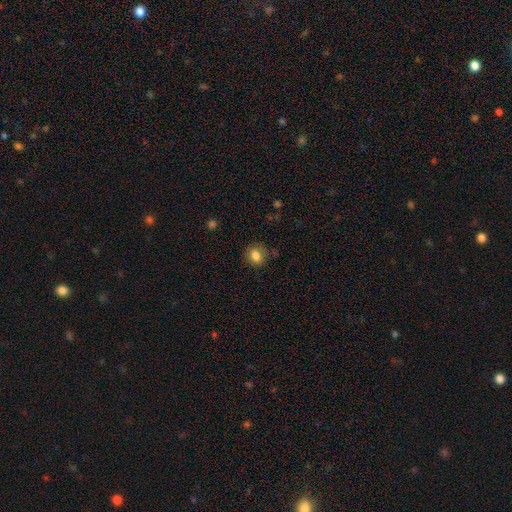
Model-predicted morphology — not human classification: smooth-or-featured: smooth: 83% | star or artifact: 10% | featured or disk: 7%
  how-rounded: round: 66% | in between: 33% | cigar-shaped: 1%
  merging: none: 81% | minor disturbance: 14% | major disturbance: 3% | merger: 2%